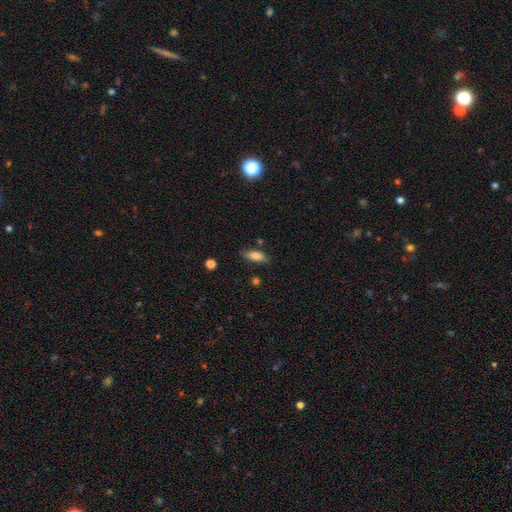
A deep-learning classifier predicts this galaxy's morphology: Smooth or featured: smooth — 80% (featured or disk — 13%)
How rounded: in between — 65% (cigar-shaped — 32%)
Merging: none — 80% (minor disturbance — 14%)